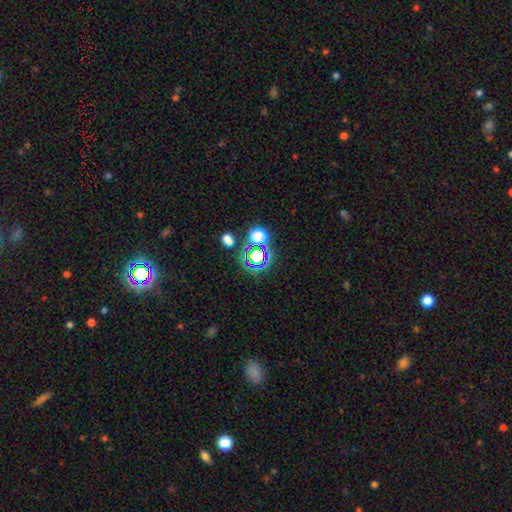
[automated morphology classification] The model was most divided on "smooth or featured": star or artifact: 59%, smooth: 30%, featured or disk: 12%.